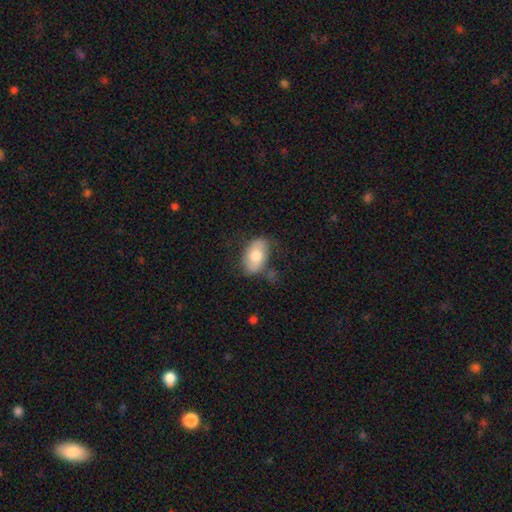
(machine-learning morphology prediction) smooth-or-featured: smooth: 69% | featured or disk: 25% | star or artifact: 6%
  how-rounded: in between: 90% | round: 8% | cigar-shaped: 2%
  merging: none: 66% | minor disturbance: 23% | major disturbance: 8% | merger: 4%